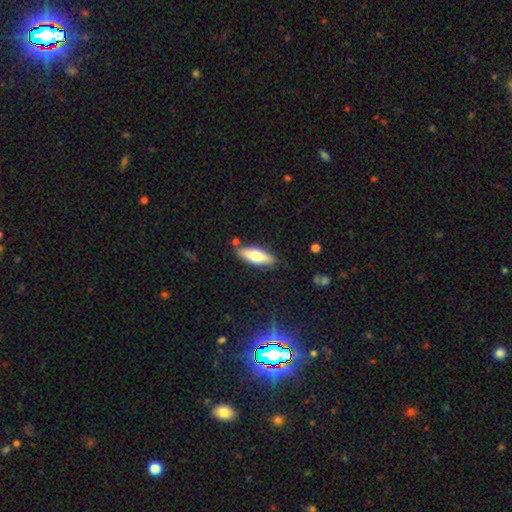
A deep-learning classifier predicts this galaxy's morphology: Smooth or featured? smooth (64%)
How rounded? in between (59%)
Merging? none (84%)